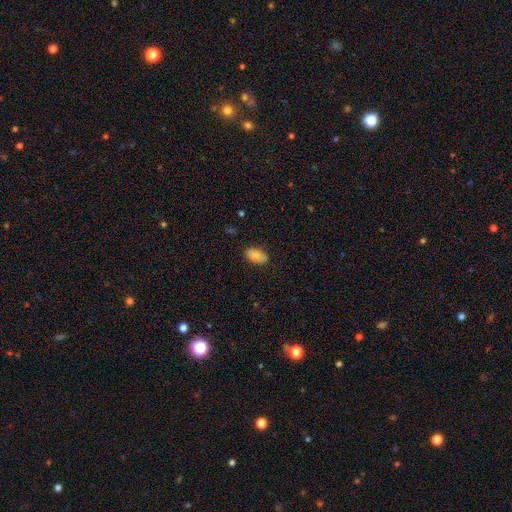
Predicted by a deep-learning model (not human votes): A smooth galaxy with no disk features (80%) that is in between round and cigar-shaped (92%).

Vote fractions:
- Smooth or featured? smooth: 80% / featured or disk: 12% / star or artifact: 7%
- How rounded? in between: 92% / round: 6% / cigar-shaped: 2%
- Merging? none: 81% / minor disturbance: 15% / major disturbance: 3% / merger: 1%